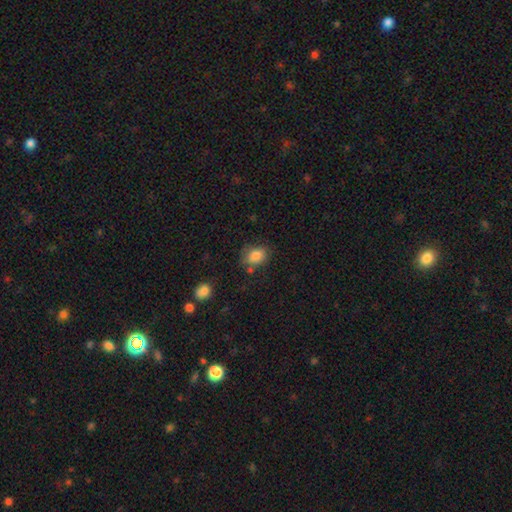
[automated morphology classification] type=smooth (85%); roundness=in between (69%); merging=none (67%).